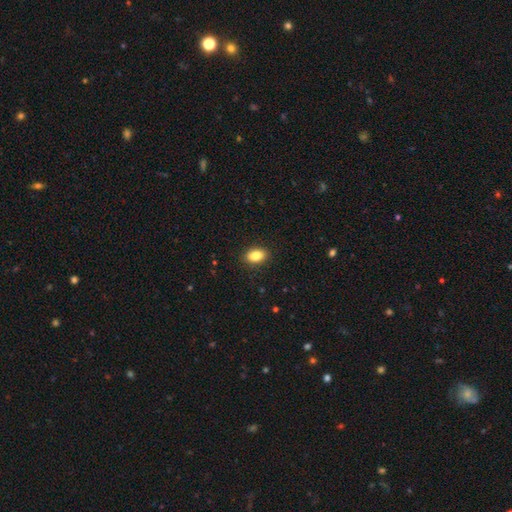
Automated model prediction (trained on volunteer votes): A smooth galaxy with no disk features (87%) that is in between round and cigar-shaped (88%).

Vote fractions:
- Smooth or featured? smooth: 87% / star or artifact: 8% / featured or disk: 5%
- How rounded? in between: 88% / round: 11% / cigar-shaped: 2%
- Merging? none: 90% / minor disturbance: 7% / major disturbance: 2% / merger: 1%